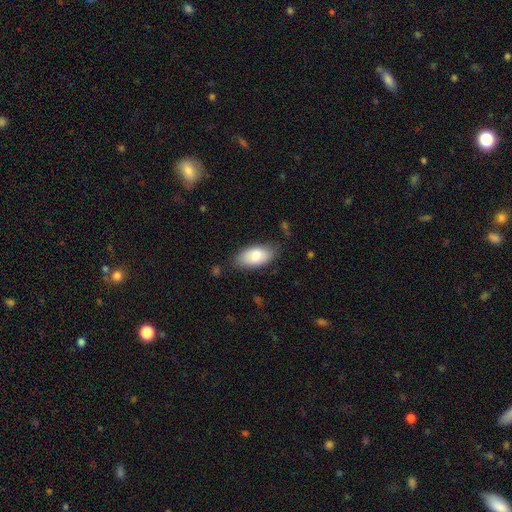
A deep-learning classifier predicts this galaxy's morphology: Smooth or featured?
  - smooth: 82% *
  - featured or disk: 12%
  - star or artifact: 6%
How rounded?
  - in between: 93% *
  - cigar-shaped: 4%
  - round: 3%
Merging?
  - none: 77% *
  - minor disturbance: 18%
  - major disturbance: 4%
  - merger: 2%